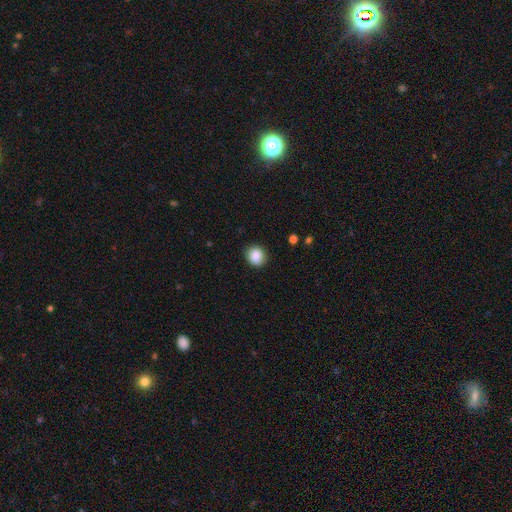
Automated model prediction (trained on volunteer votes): Smooth or featured: smooth — 87% (star or artifact — 9%)
How rounded: round — 81% (in between — 18%)
Merging: none — 88% (minor disturbance — 9%)